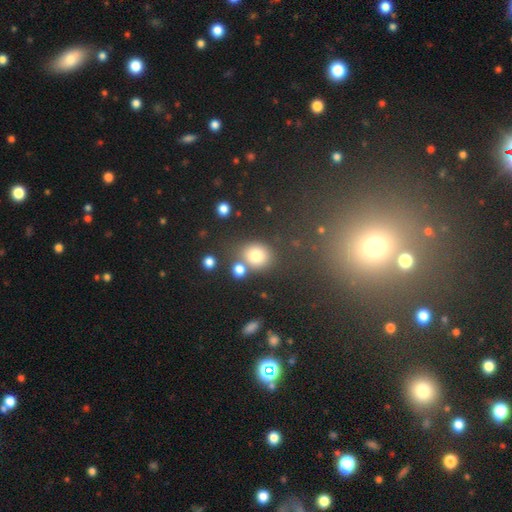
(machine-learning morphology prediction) smooth-or-featured: smooth: 77% | star or artifact: 14% | featured or disk: 9%
  how-rounded: round: 72% | in between: 27% | cigar-shaped: 1%
  merging: none: 63% | merger: 20% | minor disturbance: 12% | major disturbance: 5%